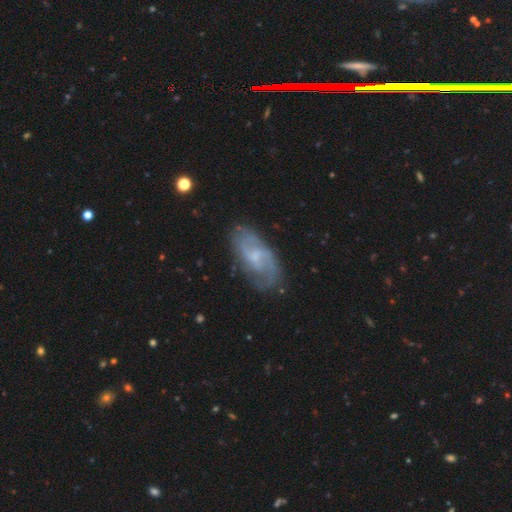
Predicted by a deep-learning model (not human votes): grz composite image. It shows a featured or disk galaxy (73%) with a weak bar (51%), 2 (53%) medium (42%) spiral arms (88%) and a small central bulge (53%). Merging: none (71%).